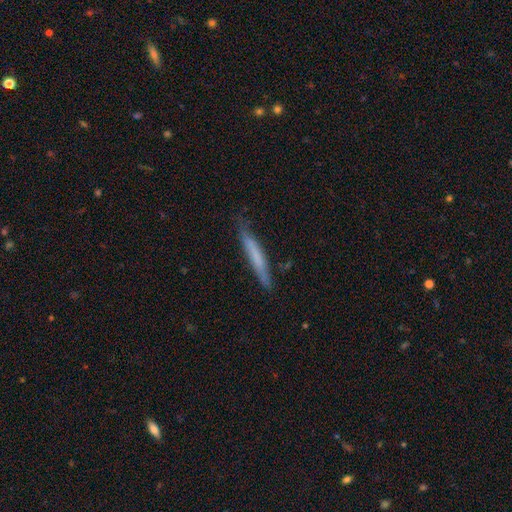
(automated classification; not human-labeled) A smooth galaxy with no disk features (59%) that is cigar-shaped (96%).

Vote fractions:
- Smooth or featured? smooth: 59% / featured or disk: 35% / star or artifact: 6%
- How rounded? cigar-shaped: 96% / in between: 3% / round: 1%
- Merging? none: 77% / minor disturbance: 18% / major disturbance: 3% / merger: 2%